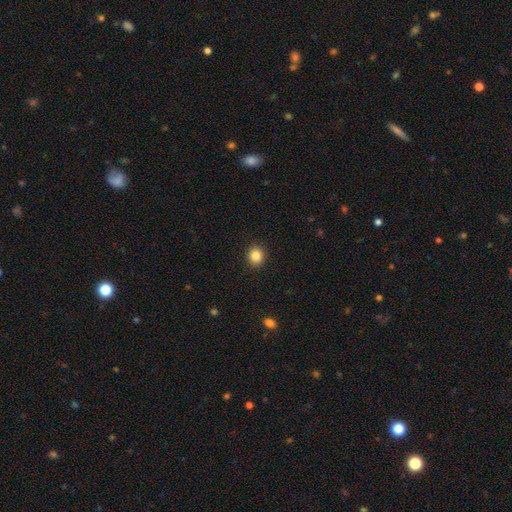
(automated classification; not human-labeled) smooth 85%, star or artifact 10%, featured or disk 4%. Down the decision tree: how rounded — round (78%); merging — none (92%).